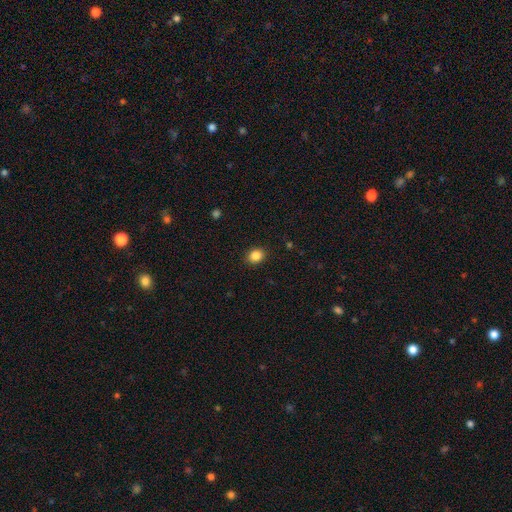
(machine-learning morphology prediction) The model was most divided on "how rounded": round: 60%, in between: 39%, cigar-shaped: 1%. More confident: merging — none (90%); smooth or featured — smooth (86%).